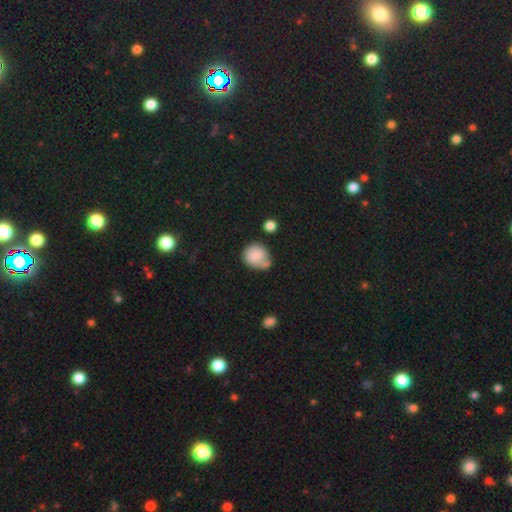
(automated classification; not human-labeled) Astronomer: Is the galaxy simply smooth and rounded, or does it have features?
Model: smooth — 83%.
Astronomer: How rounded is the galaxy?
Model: round — 73%.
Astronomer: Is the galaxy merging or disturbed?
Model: none — 45% (runner-up: minor disturbance, 30%).